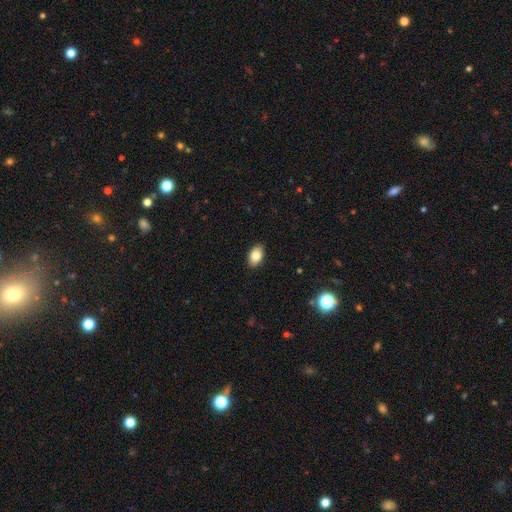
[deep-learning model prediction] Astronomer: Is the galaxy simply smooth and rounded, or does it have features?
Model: smooth — 83%.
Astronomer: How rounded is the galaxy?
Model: in between — 90%.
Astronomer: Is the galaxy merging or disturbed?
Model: none — 89%.